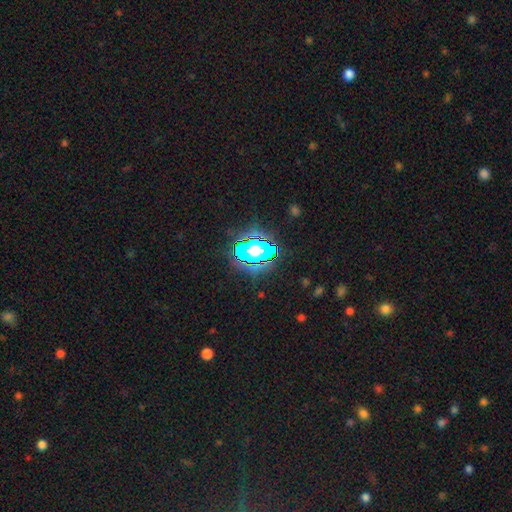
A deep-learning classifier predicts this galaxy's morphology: smooth-or-featured: star or artifact: 70% | smooth: 19% | featured or disk: 11%